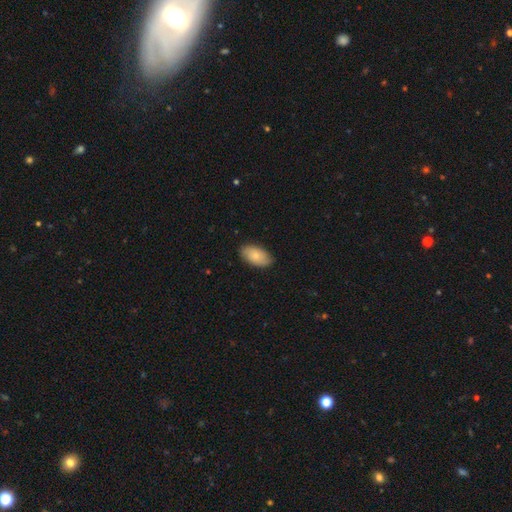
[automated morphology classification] smooth_or_featured: smooth (p=0.78) [alt: featured or disk p=0.16]
how_rounded: in between (p=0.95) [alt: round p=0.03]
merging: none (p=0.85) [alt: minor disturbance p=0.12]